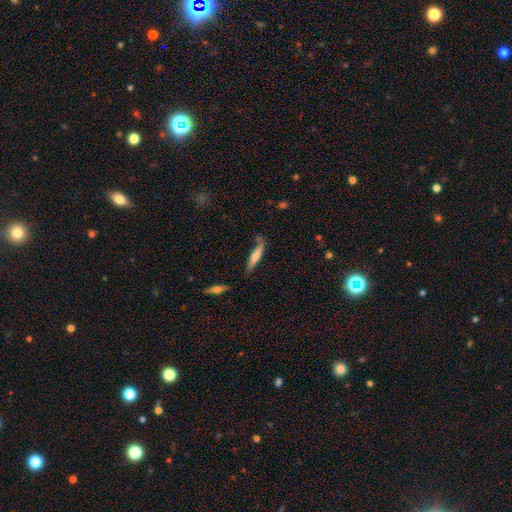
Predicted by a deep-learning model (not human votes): This appears to be a smooth galaxy with no disk features (60%) that is cigar-shaped (84%). Merging: none (57%).